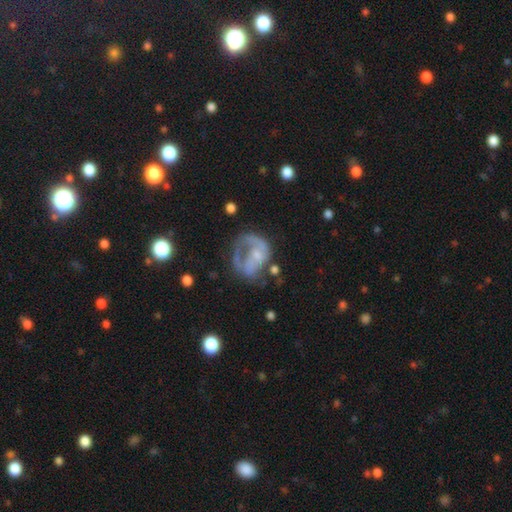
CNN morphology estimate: smooth_or_featured: featured or disk (p=0.62) [alt: smooth p=0.28]
disk_edge_on: no (p=0.98) [alt: yes p=0.02]
bar: no (p=0.71) [alt: weak p=0.24]
has_spiral_arms: yes (p=0.51) [alt: no p=0.49]
bulge_size: small (p=0.44) [alt: none p=0.30]
merging: major disturbance (p=0.45) [alt: none p=0.30]